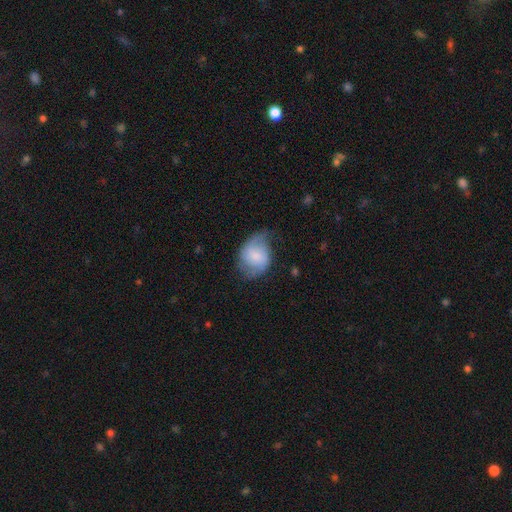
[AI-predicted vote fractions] smooth-or-featured: smooth: 47% | featured or disk: 45% | star or artifact: 7%
  merging: none: 44% | minor disturbance: 34% | major disturbance: 20% | merger: 2%